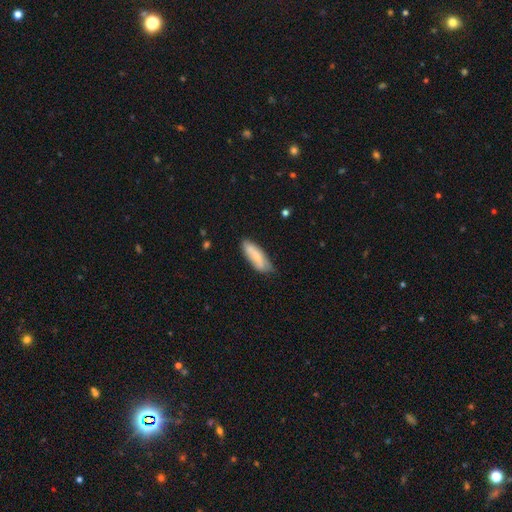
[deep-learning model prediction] Q: Smooth or featured?
A: smooth (68%); runner-up: featured or disk (26%)
Q: How rounded?
A: in between (58%); runner-up: cigar-shaped (40%)
Q: Merging?
A: none (72%); runner-up: minor disturbance (22%)